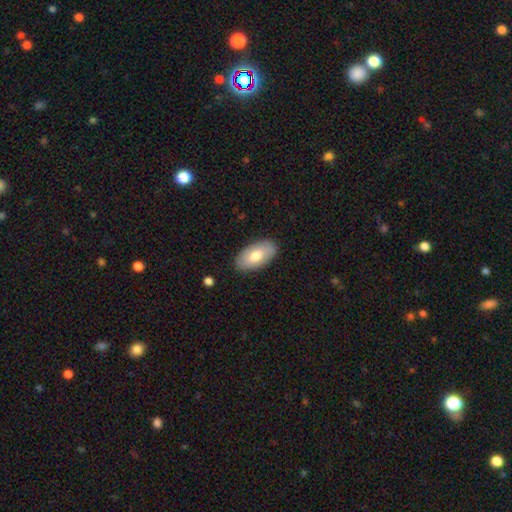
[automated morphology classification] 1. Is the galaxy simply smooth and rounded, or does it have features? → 69% smooth, 26% featured or disk, 5% star or artifact.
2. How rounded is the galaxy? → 94% in between, 3% cigar-shaped, 3% round.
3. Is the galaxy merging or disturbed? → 86% none, 11% minor disturbance, 2% major disturbance, 1% merger.